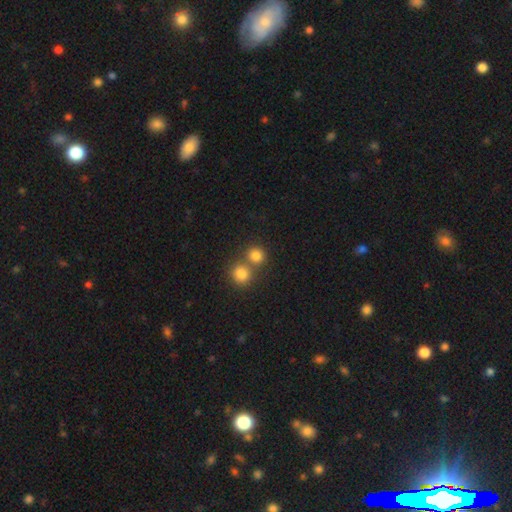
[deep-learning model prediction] Overall: smooth (81%). How rounded: round (88%). Merging: none (53%; merger 39%).